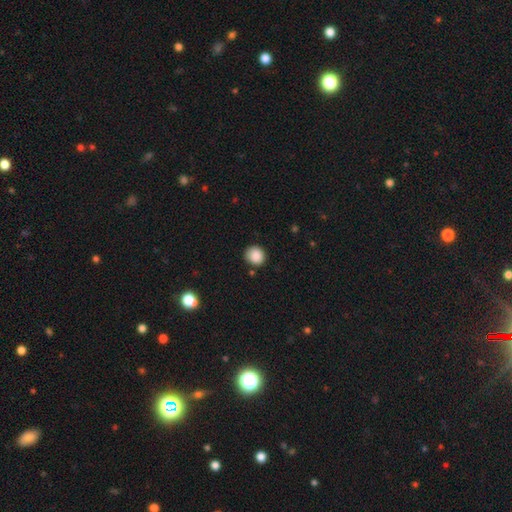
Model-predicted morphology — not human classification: A smooth galaxy with no disk features (88%) that is round (85%).

Vote fractions:
- Smooth or featured? smooth: 88% / star or artifact: 9% / featured or disk: 3%
- How rounded? round: 85% / in between: 14% / cigar-shaped: 1%
- Merging? none: 83% / minor disturbance: 12% / major disturbance: 3% / merger: 2%